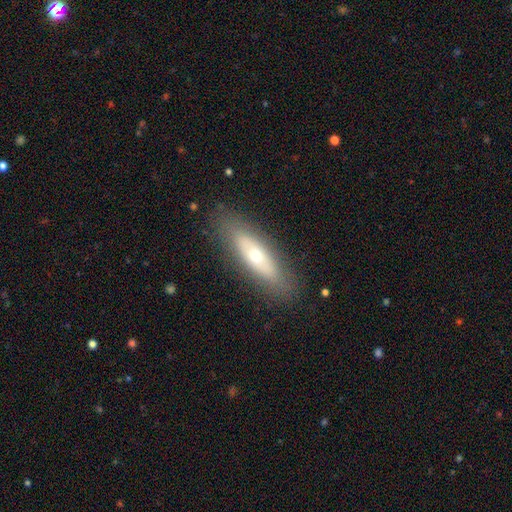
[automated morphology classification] The model was most divided on "smooth or featured": smooth: 50%, featured or disk: 42%, star or artifact: 7%. More confident: merging — none (85%); how rounded — cigar-shaped (54%).